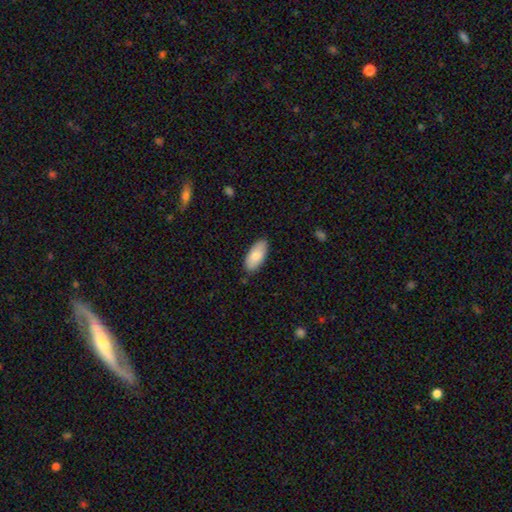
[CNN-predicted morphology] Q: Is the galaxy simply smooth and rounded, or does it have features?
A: smooth — 82%.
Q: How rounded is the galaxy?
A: in between — 92%.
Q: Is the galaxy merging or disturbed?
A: none — 84%.